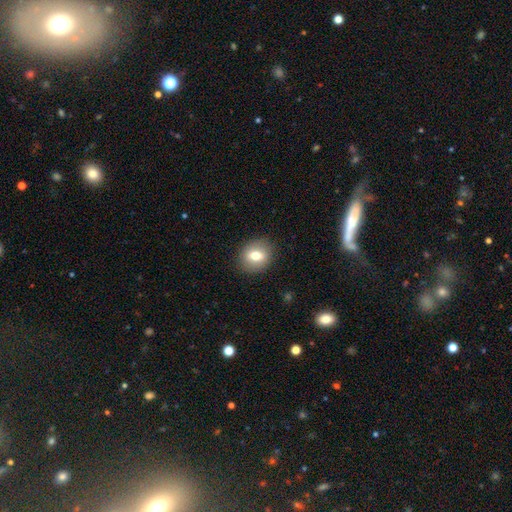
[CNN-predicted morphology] Overall: smooth (73%). How rounded: round (67%; in between 32%). Merging: none (89%).